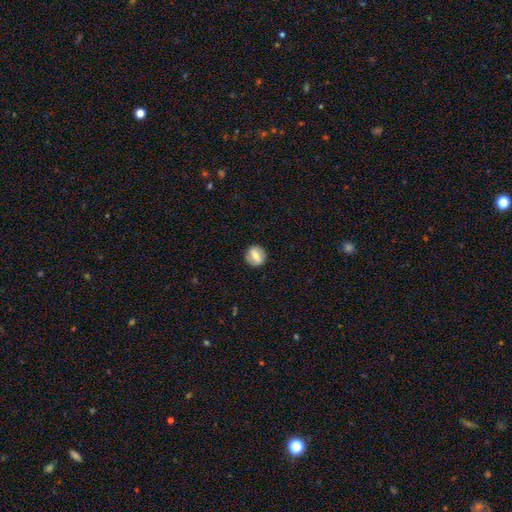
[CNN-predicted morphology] type=smooth (51%); roundness=round (79%); merging=none (87%).